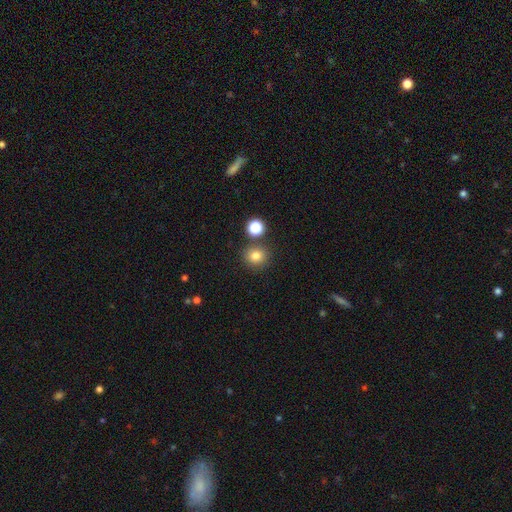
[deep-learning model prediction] Overall: smooth (80%). How rounded: round (86%). Merging: none (80%).